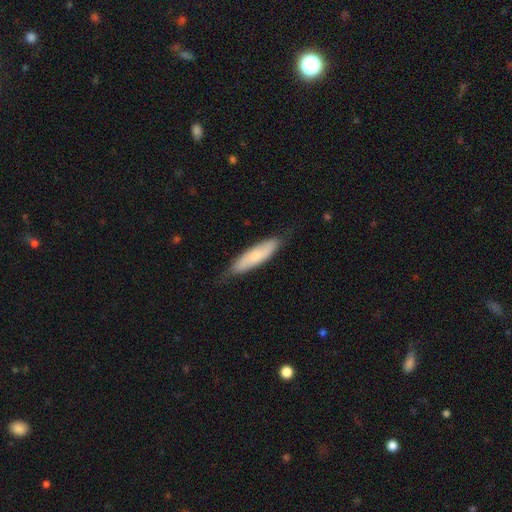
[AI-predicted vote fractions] Smooth or featured?
  - smooth: 67% *
  - featured or disk: 27%
  - star or artifact: 6%
How rounded?
  - cigar-shaped: 64% *
  - in between: 35%
  - round: 2%
Merging?
  - none: 76% *
  - minor disturbance: 19%
  - major disturbance: 3%
  - merger: 1%